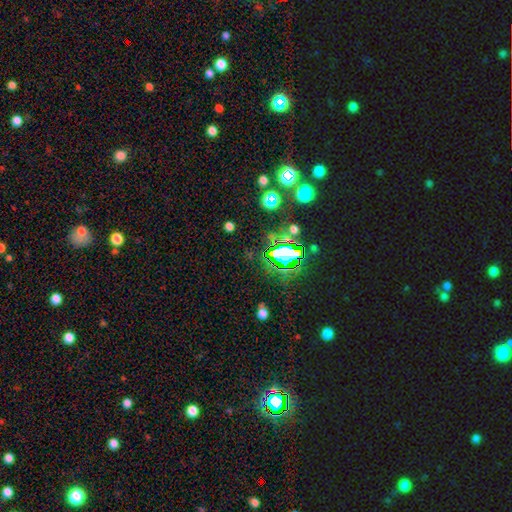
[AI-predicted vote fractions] Smooth or featured? Predicted: star or artifact (p=0.76).